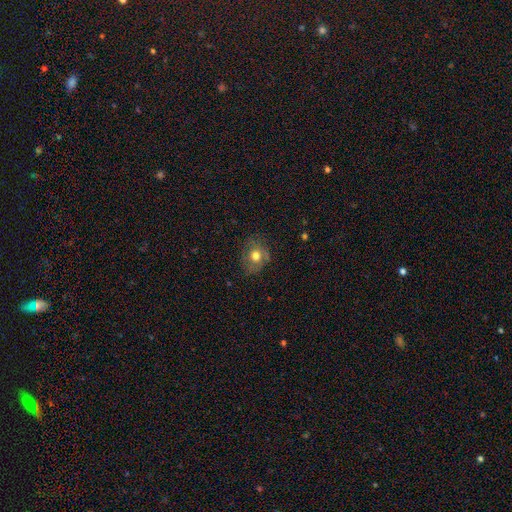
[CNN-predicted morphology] The model was most divided on "how rounded": round: 62%, in between: 37%, cigar-shaped: 1%. More confident: merging — none (68%); smooth or featured — smooth (63%).